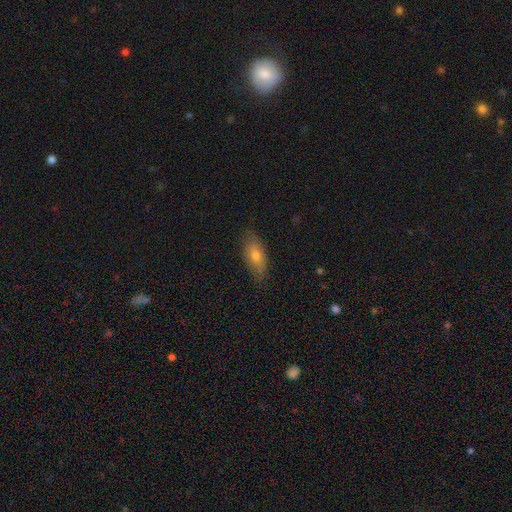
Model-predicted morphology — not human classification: Smooth or featured? Predicted: smooth (p=0.66). How rounded? Predicted: in between (p=0.77). Merging? Predicted: none (p=0.80).